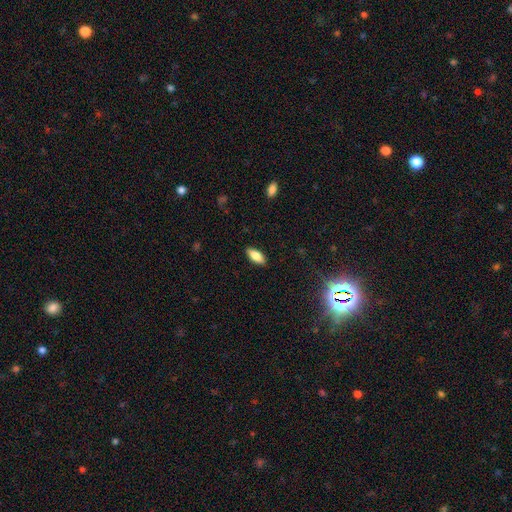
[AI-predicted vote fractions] smooth-or-featured: smooth: 79% | featured or disk: 13% | star or artifact: 8%
  how-rounded: in between: 83% | cigar-shaped: 15% | round: 2%
  merging: none: 89% | minor disturbance: 8% | major disturbance: 2% | merger: 1%